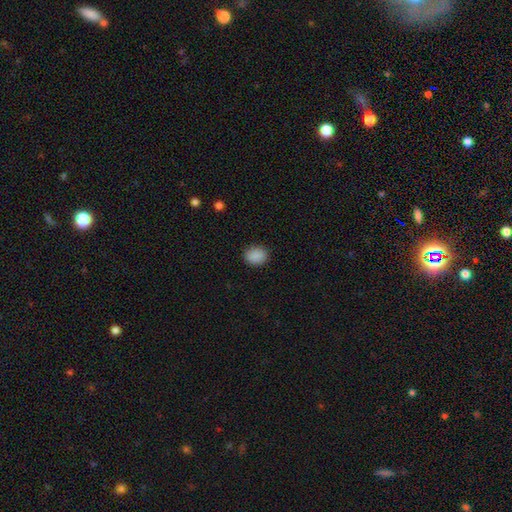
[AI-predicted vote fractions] Q: Smooth or featured?
A: smooth (88%); runner-up: star or artifact (9%)
Q: How rounded?
A: round (60%); runner-up: in between (39%)
Q: Merging?
A: none (88%); runner-up: minor disturbance (9%)